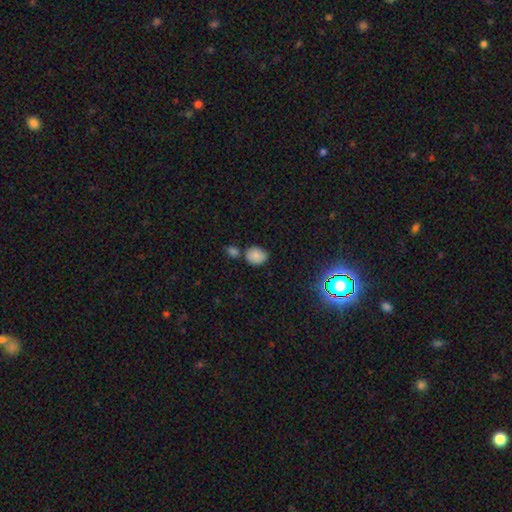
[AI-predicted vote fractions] A smooth galaxy with no disk features (80%) that is round (54%). Merging: none (62%).